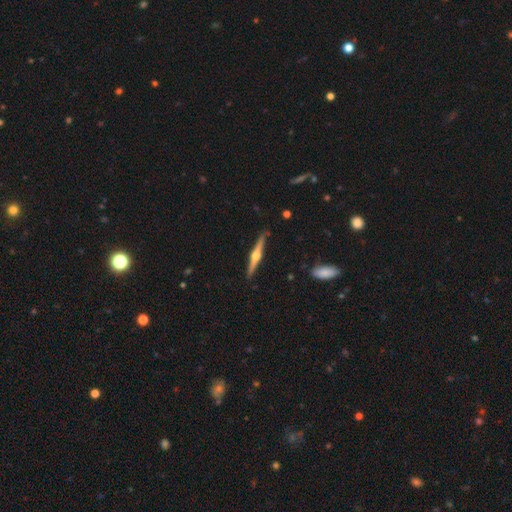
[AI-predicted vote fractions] smooth_or_featured: featured or disk (p=0.78) [alt: smooth p=0.17]
disk_edge_on: yes (p=0.98) [alt: no p=0.02]
edge_on_bulge: rounded (p=0.94) [alt: boxy p=0.04]
merging: none (p=0.89) [alt: minor disturbance p=0.08]